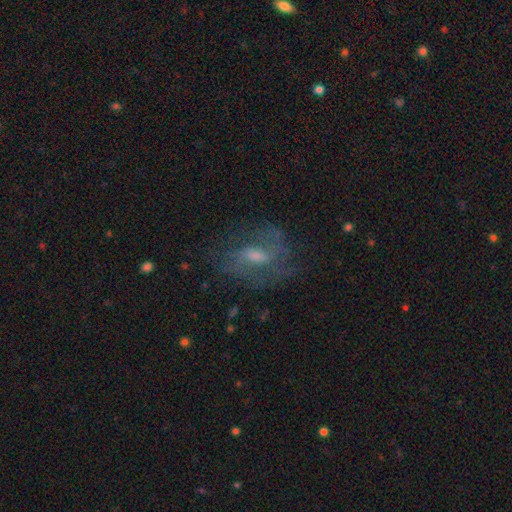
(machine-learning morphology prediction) Smooth or featured?
  - featured or disk: 66% *
  - smooth: 21%
  - star or artifact: 14%
Edge-on disk?
  - no: 93% *
  - yes: 7%
Bar?
  - weak: 51% *
  - no: 31%
  - strong: 19%
Spiral arms?
  - yes: 79% *
  - no: 21%
Bulge size?
  - moderate: 48% *
  - small: 31%
  - none: 11%
  - large: 9%
  - dominant: 1%
Merging?
  - none: 65% *
  - minor disturbance: 18%
  - major disturbance: 15%
  - merger: 2%